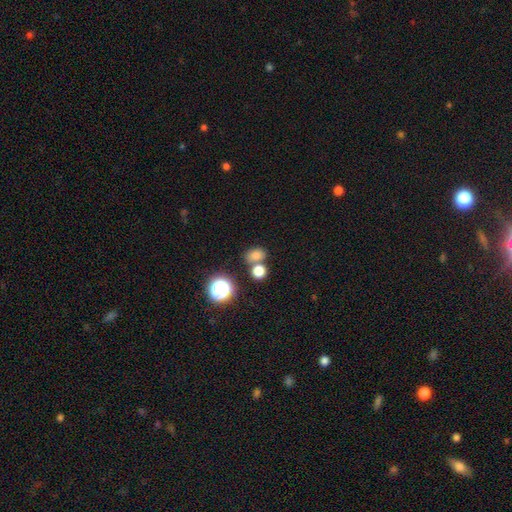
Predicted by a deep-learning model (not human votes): This appears to be a smooth galaxy with no disk features (75%) that is in between round and cigar-shaped (54%). Merging: none (59%).